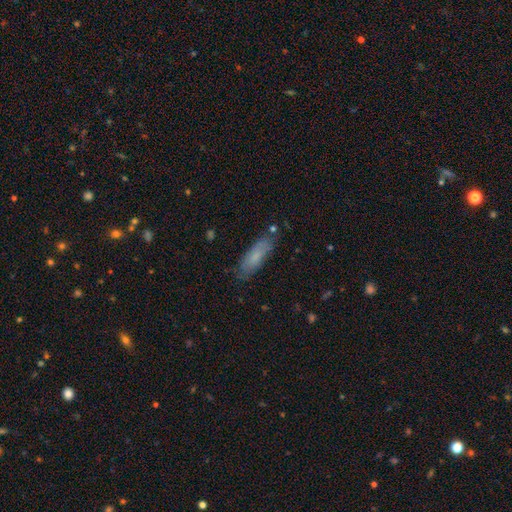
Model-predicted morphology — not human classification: A smooth galaxy with no disk features (71%) that is in between round and cigar-shaped (50%). Merging: none (77%).